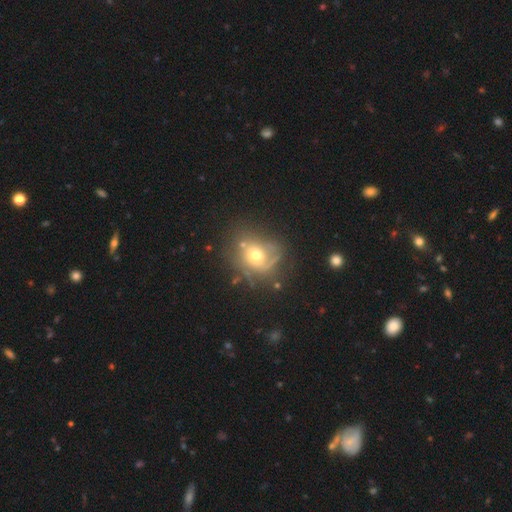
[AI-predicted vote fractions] A smooth galaxy with no disk features (45%). Merging: none (51%).